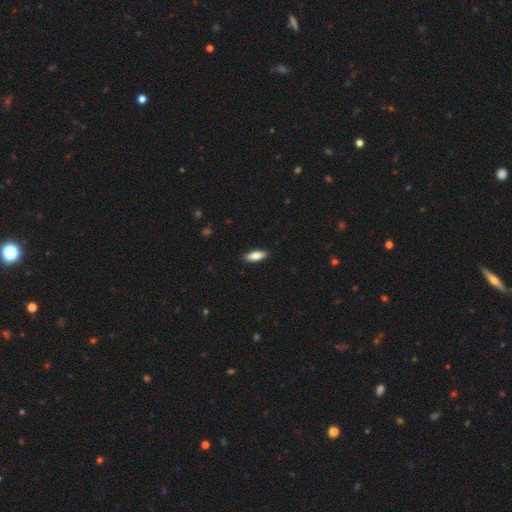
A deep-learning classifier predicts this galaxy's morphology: smooth_or_featured: smooth (p=0.83) [alt: featured or disk p=0.11]
how_rounded: in between (p=0.72) [alt: cigar-shaped p=0.27]
merging: none (p=0.90) [alt: minor disturbance p=0.08]